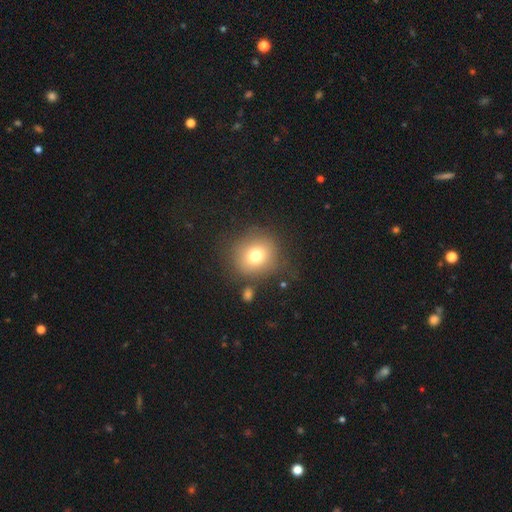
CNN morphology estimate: smooth_or_featured: smooth (p=0.75) [alt: featured or disk p=0.13]
how_rounded: round (p=0.86) [alt: in between p=0.13]
merging: none (p=0.75) [alt: minor disturbance p=0.13]